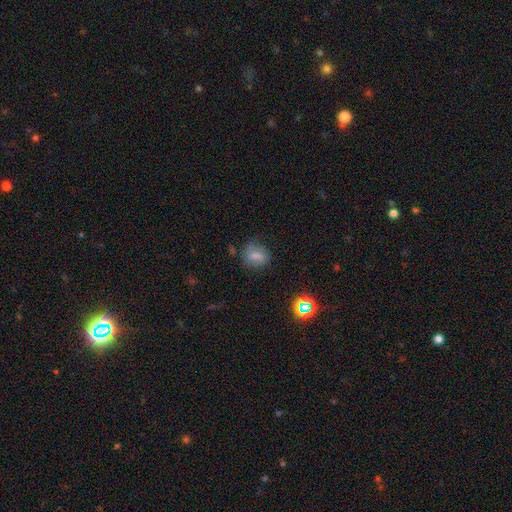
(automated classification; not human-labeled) smooth 67%, featured or disk 18%, star or artifact 15%. Down the decision tree: how rounded — round (56%); merging — none (69%).